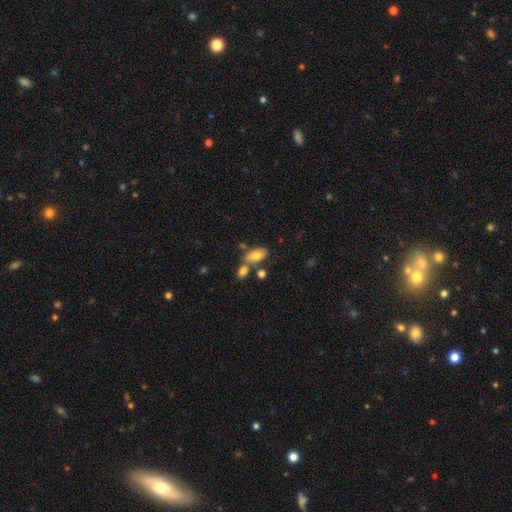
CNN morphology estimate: This is likely a smooth galaxy (78%). How rounded: clearly in between (91%). Merging: possibly none (55%).